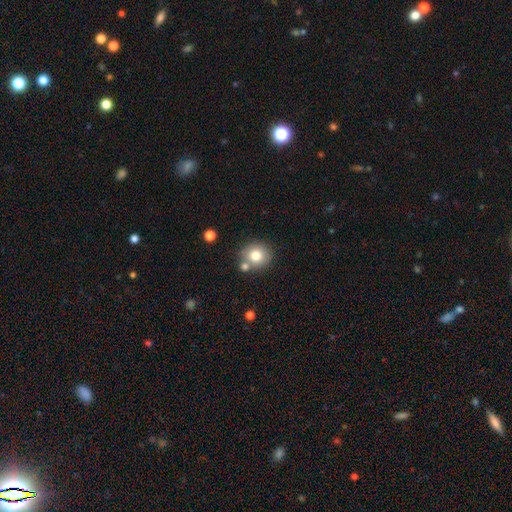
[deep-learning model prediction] A smooth galaxy with no disk features (78%) that is round (84%).

Vote fractions:
- Smooth or featured? smooth: 78% / featured or disk: 12% / star or artifact: 10%
- How rounded? round: 84% / in between: 15% / cigar-shaped: 1%
- Merging? none: 69% / merger: 17% / minor disturbance: 11% / major disturbance: 3%